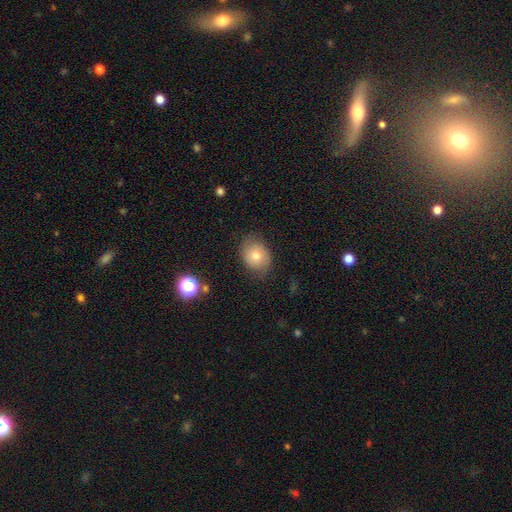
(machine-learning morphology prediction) Smooth or featured? smooth (60%)
How rounded? round (54%)
Merging? none (74%)